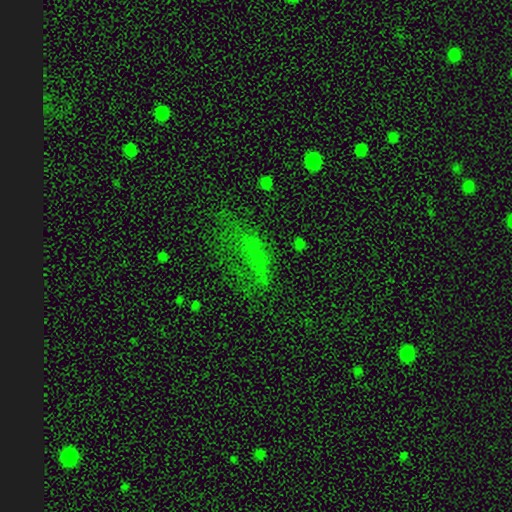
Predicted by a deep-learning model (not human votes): A smooth galaxy with no disk features (46%).

Vote fractions:
- Smooth or featured? smooth: 46% / star or artifact: 31% / featured or disk: 22%
- Merging? none: 41% / major disturbance: 36% / minor disturbance: 19% / merger: 4%